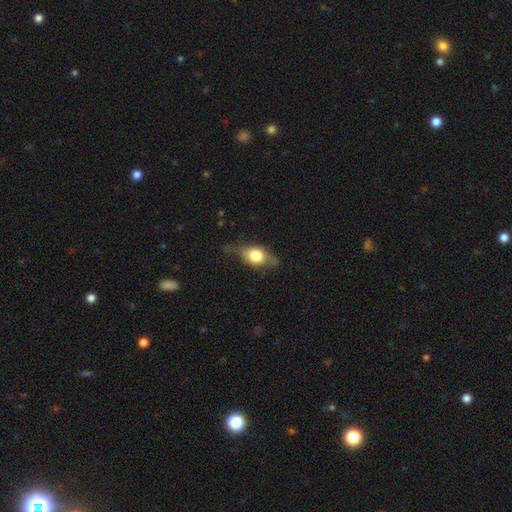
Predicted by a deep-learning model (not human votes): Smooth or featured? smooth (62%)
How rounded? in between (69%)
Merging? none (58%)